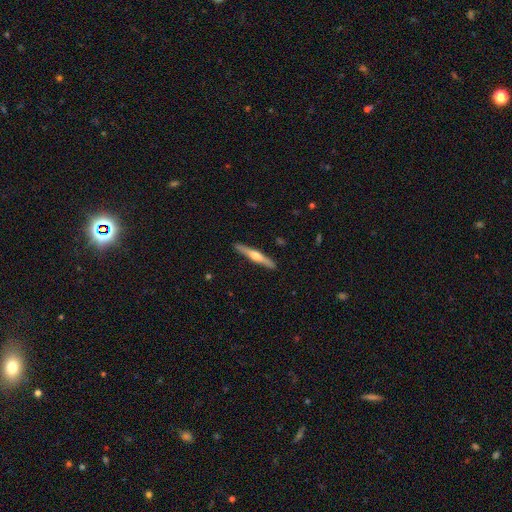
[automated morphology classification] type=featured or disk (64%); edge-on=yes (97%); edge-on bulge=rounded (90%); merging=none (91%).